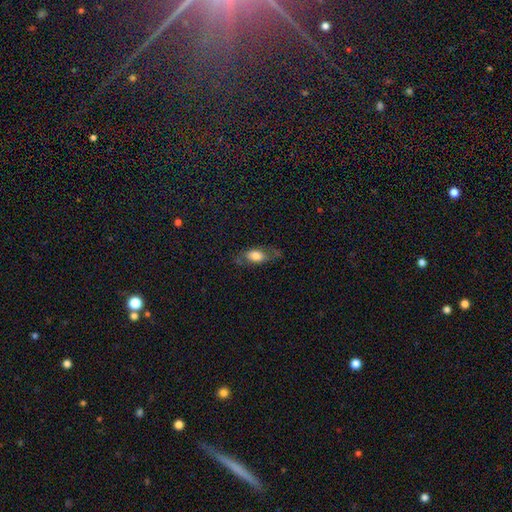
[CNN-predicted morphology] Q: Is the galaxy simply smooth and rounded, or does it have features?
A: smooth — 66%.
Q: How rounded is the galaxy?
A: in between — 82%.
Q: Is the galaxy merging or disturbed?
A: none — 58%.